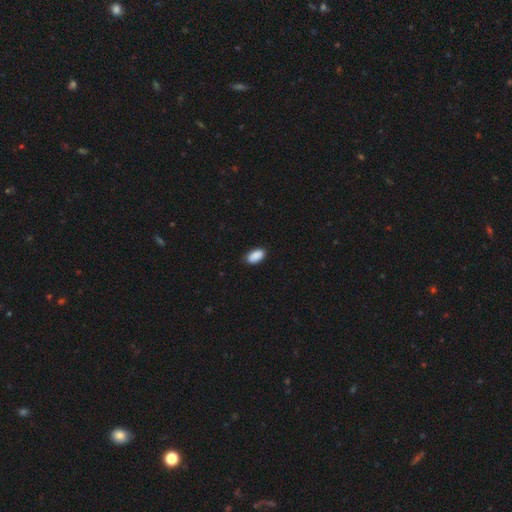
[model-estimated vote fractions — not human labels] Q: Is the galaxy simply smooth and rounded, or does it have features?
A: smooth — 90%.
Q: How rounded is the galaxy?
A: in between — 94%.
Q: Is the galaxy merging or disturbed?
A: none — 85%.